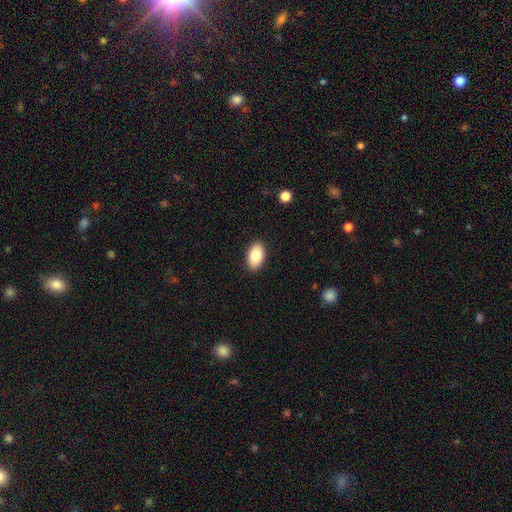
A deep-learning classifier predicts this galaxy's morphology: Q: Smooth or featured?
A: smooth (85%); runner-up: featured or disk (8%)
Q: How rounded?
A: in between (93%); runner-up: round (6%)
Q: Merging?
A: none (90%); runner-up: minor disturbance (7%)